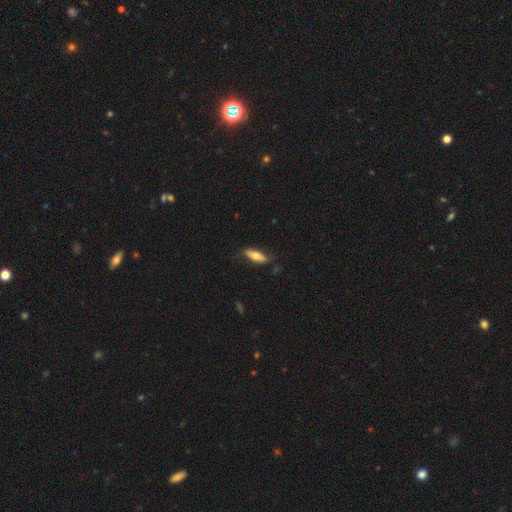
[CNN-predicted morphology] type=smooth (66%); roundness=in between (58%); merging=none (72%).